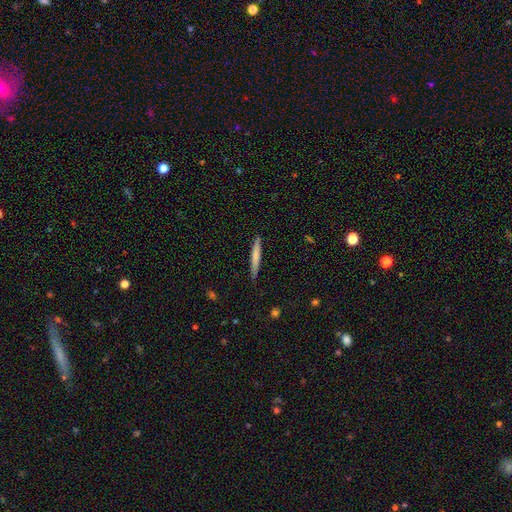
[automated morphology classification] This appears to be a smooth galaxy with no disk features (69%) that is cigar-shaped (96%). Merging: none (86%).